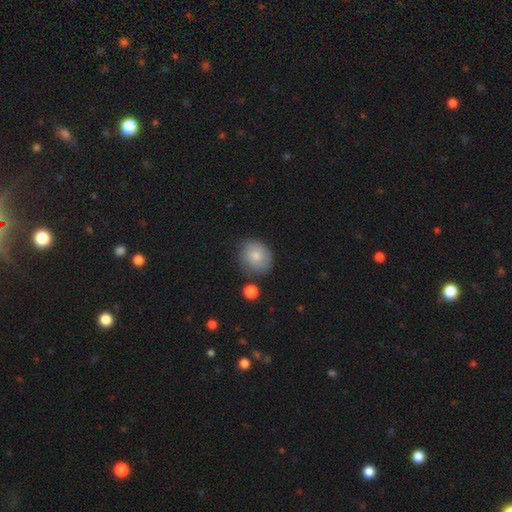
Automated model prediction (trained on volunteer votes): smooth_or_featured: smooth (p=0.79) [alt: featured or disk p=0.13]
how_rounded: round (p=0.69) [alt: in between p=0.30]
merging: none (p=0.73) [alt: minor disturbance p=0.18]